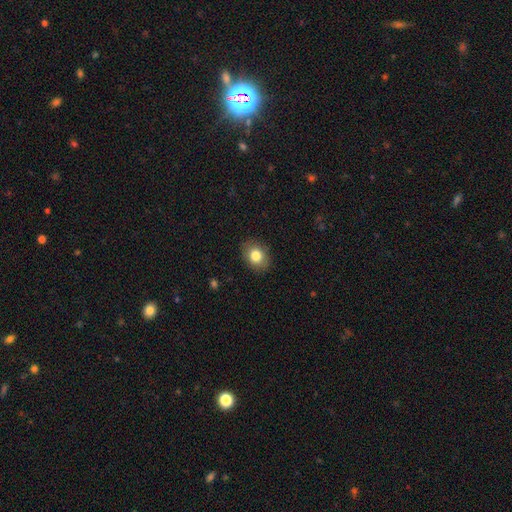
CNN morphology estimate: The model was most divided on "how rounded": in between: 57%, round: 42%, cigar-shaped: 1%. More confident: merging — none (87%); smooth or featured — smooth (82%).